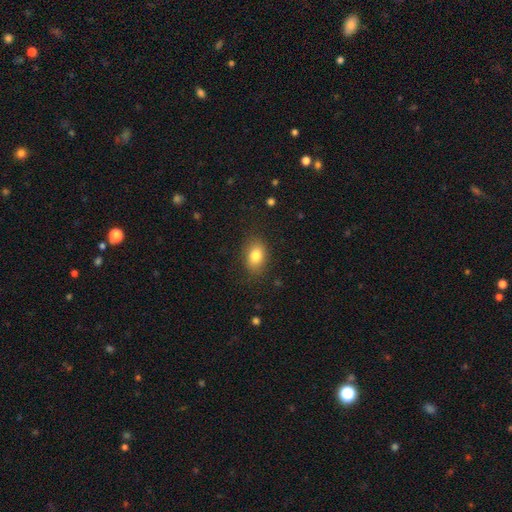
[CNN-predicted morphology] Smooth or featured? Predicted: smooth (p=0.81). How rounded? Predicted: in between (p=0.79). Merging? Predicted: none (p=0.84).